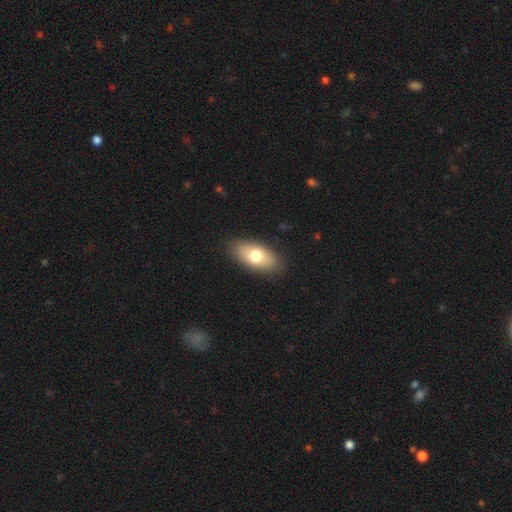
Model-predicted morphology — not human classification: Smooth or featured: smooth — 73% (featured or disk — 21%)
How rounded: in between — 90% (cigar-shaped — 6%)
Merging: none — 87% (minor disturbance — 10%)